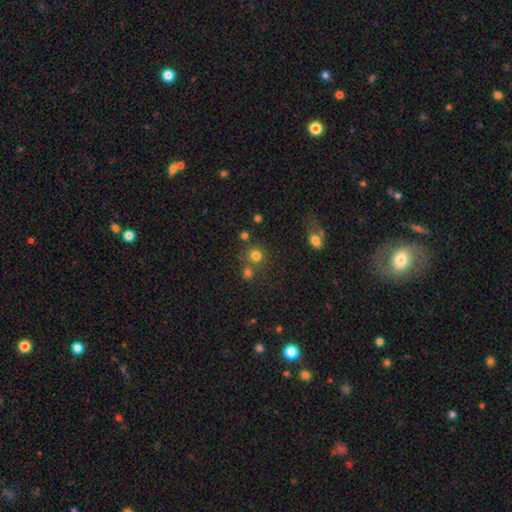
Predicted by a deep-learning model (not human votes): A smooth galaxy with no disk features (76%) that is round (87%). Merging: none (62%).